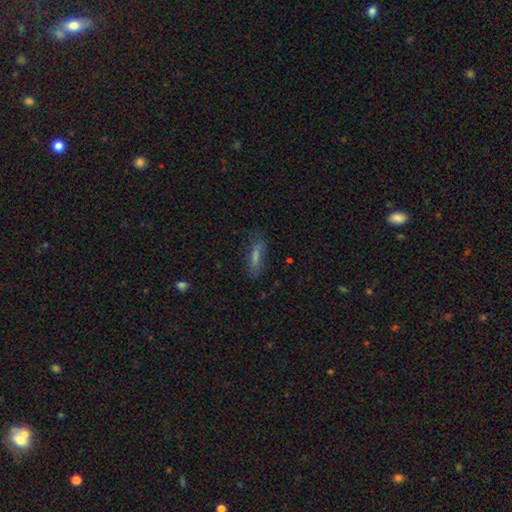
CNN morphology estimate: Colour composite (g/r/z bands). It shows a smooth galaxy with no disk features (53%) that is cigar-shaped (75%). Merging: none (74%).